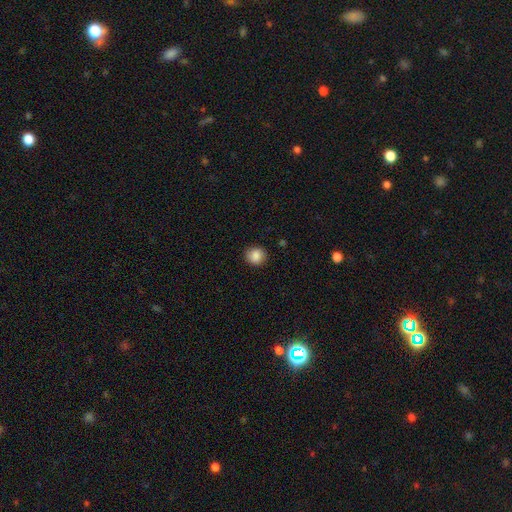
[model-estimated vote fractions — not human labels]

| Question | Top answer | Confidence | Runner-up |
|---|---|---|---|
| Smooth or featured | smooth | 86% | star or artifact (9%) |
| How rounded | round | 87% | in between (12%) |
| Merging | none | 88% | minor disturbance (9%) |